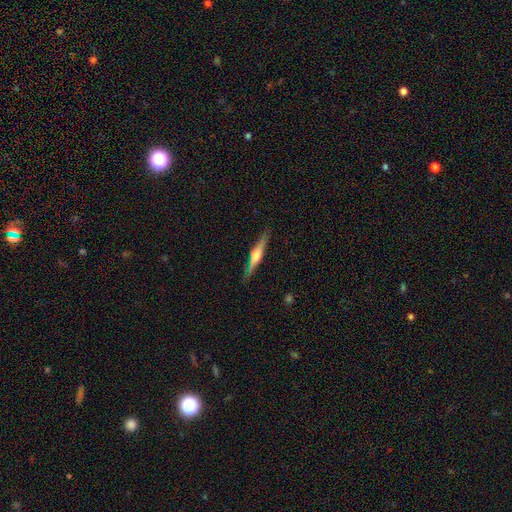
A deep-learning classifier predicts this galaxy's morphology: Overall: featured or disk (66%; smooth 28%). Edge-on disk: yes (97%). Edge-on bulge: rounded (83%). Merging: none (87%).